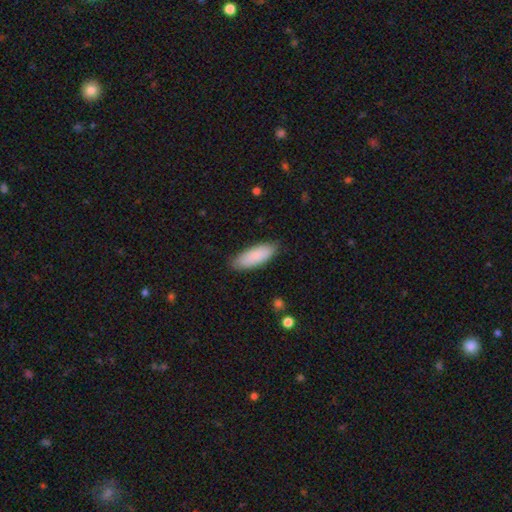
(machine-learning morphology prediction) smooth_or_featured: smooth (p=0.87) [alt: featured or disk p=0.08]
how_rounded: in between (p=0.68) [alt: cigar-shaped p=0.30]
merging: none (p=0.84) [alt: minor disturbance p=0.13]